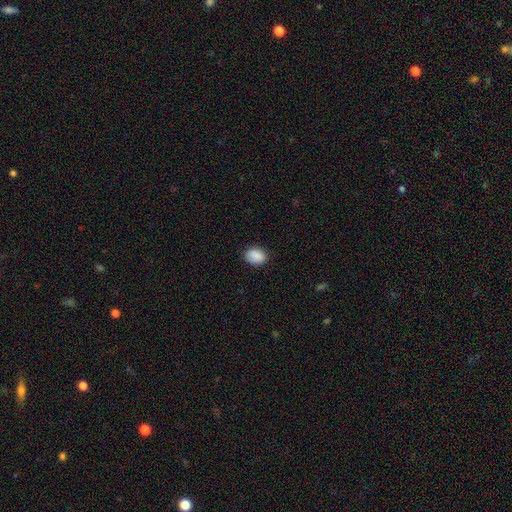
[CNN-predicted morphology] Smooth or featured? Predicted: smooth (p=0.90). How rounded? Predicted: in between (p=0.71). Merging? Predicted: none (p=0.85).